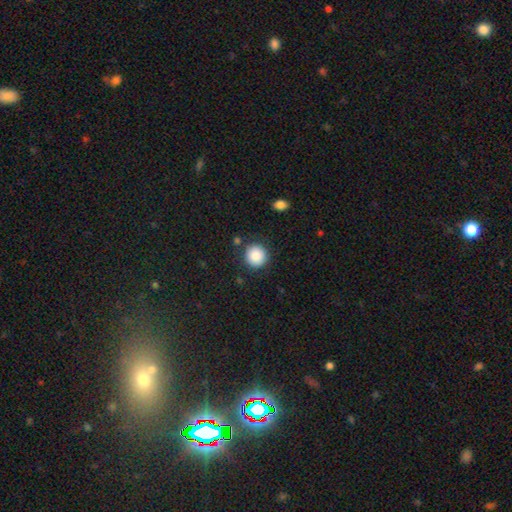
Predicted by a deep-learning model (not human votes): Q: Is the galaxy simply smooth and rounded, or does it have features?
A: smooth — 88%.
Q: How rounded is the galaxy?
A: round — 92%.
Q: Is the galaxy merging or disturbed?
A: none — 87%.